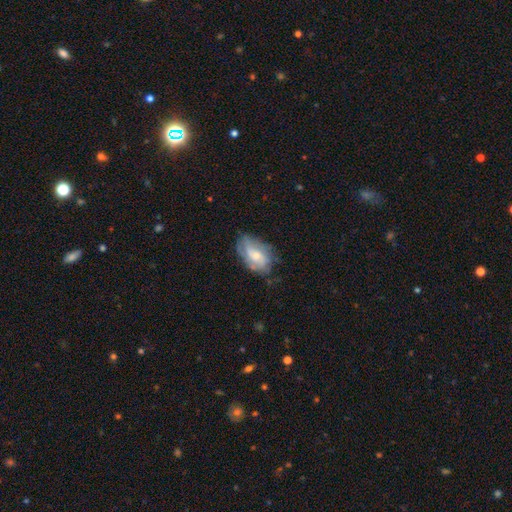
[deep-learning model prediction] Smooth or featured? featured or disk (51%)
Edge-on disk? no (95%)
Merging? none (56%)